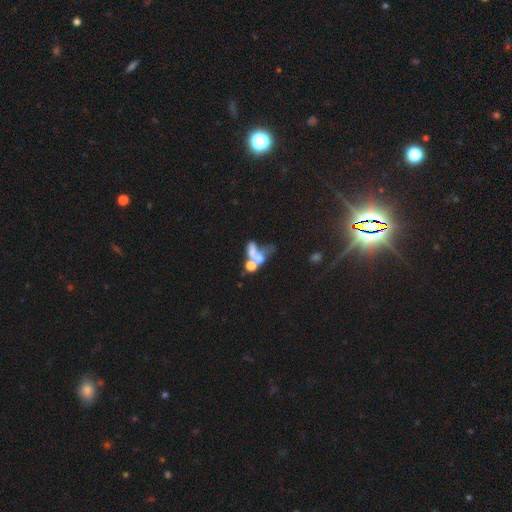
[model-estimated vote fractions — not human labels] featured or disk 43%, smooth 39%, star or artifact 19%. Down the decision tree: merging — merger (57%).